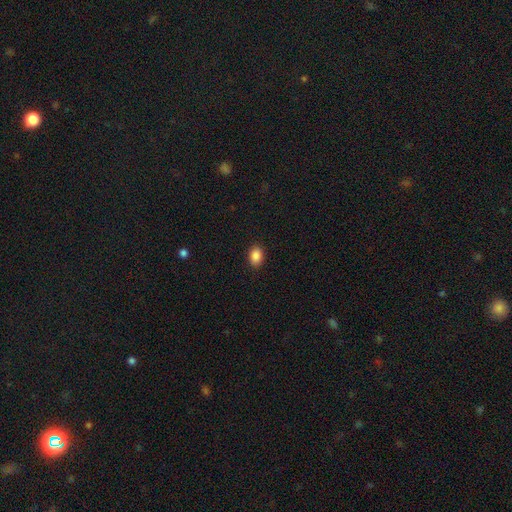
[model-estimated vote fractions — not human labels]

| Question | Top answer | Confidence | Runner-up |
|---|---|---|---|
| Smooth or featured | smooth | 88% | star or artifact (9%) |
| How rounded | in between | 73% | round (26%) |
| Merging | none | 90% | minor disturbance (7%) |